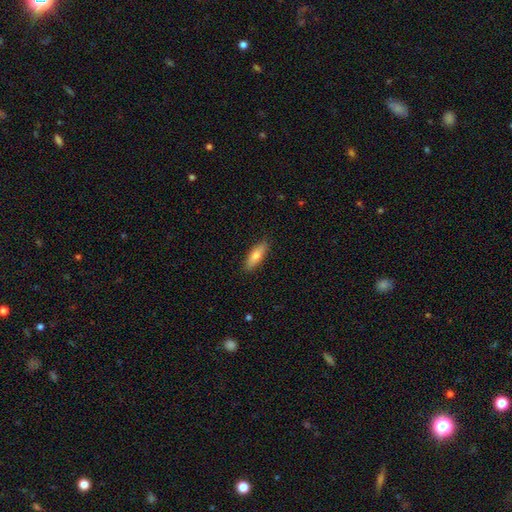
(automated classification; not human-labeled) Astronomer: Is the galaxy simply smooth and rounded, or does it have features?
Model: smooth — 72%.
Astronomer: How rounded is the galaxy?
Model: in between — 51% (runner-up: cigar-shaped, 47%).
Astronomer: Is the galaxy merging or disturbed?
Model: none — 88%.